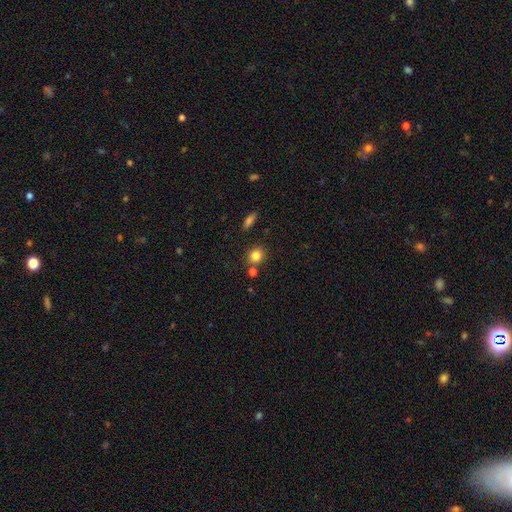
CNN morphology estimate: type=smooth (83%); roundness=round (80%); merging=none (75%).